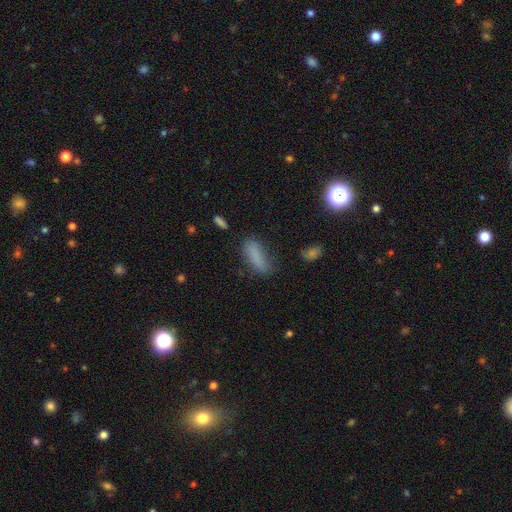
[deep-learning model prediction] smooth_or_featured: smooth (p=0.79) [alt: star or artifact p=0.12]
how_rounded: in between (p=0.53) [alt: cigar-shaped p=0.44]
merging: none (p=0.65) [alt: minor disturbance p=0.23]